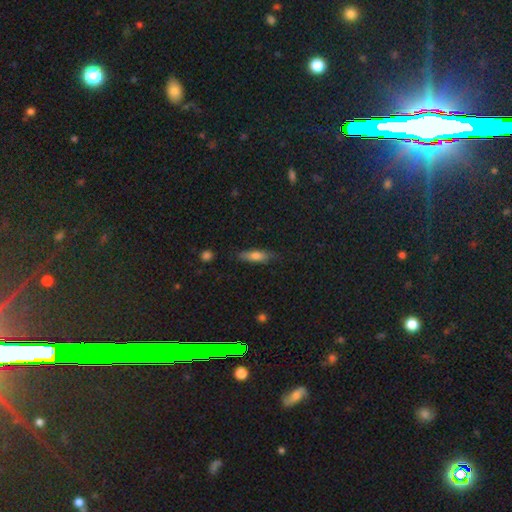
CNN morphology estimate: smooth 70%, featured or disk 22%, star or artifact 8%. Down the decision tree: how rounded — cigar-shaped (55%); merging — none (78%).